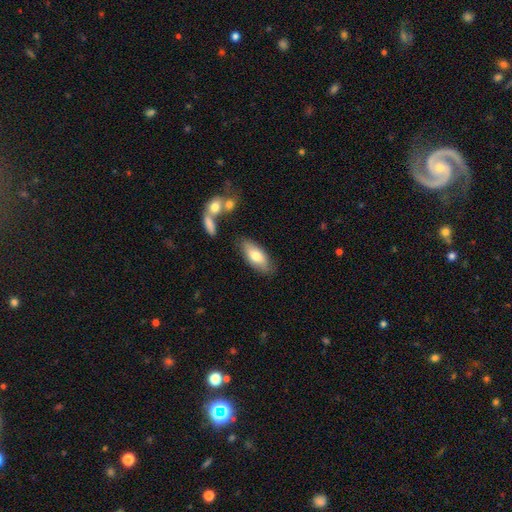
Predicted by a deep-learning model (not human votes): Smooth or featured? smooth (71%)
How rounded? in between (80%)
Merging? none (79%)